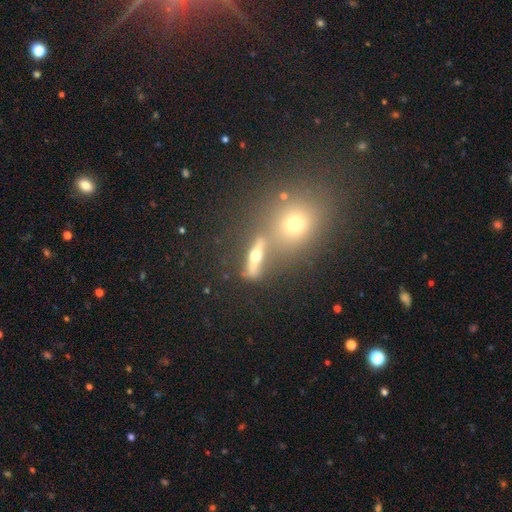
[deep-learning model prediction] Q: Smooth or featured?
A: featured or disk (45%); runner-up: smooth (39%)
Q: Merging?
A: none (64%); runner-up: merger (19%)